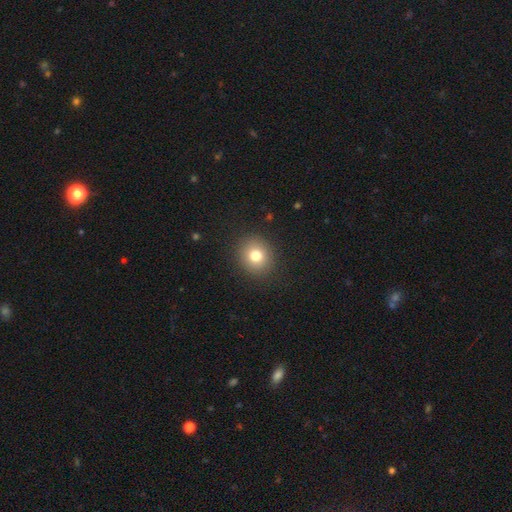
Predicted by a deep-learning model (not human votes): Morphology: type=smooth (79%); roundness=round (82%); merging=none (89%).